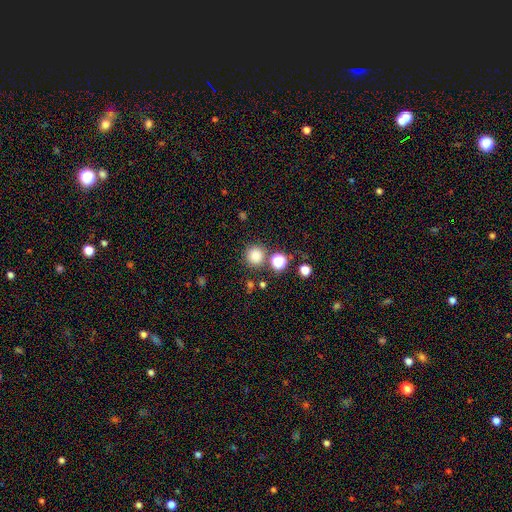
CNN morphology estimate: type=smooth (80%); roundness=round (93%); merging=none (81%).